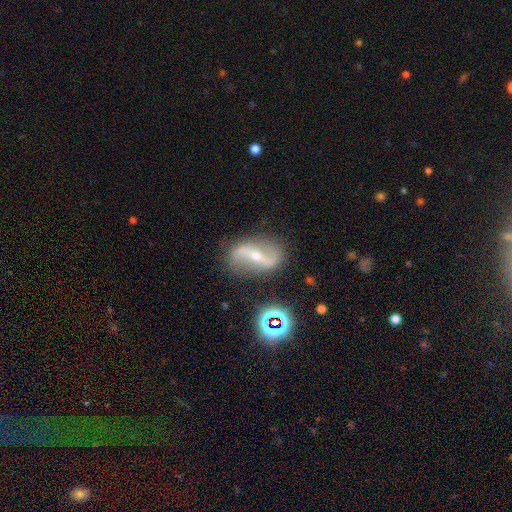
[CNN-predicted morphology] A featured or disk galaxy (83%) with a strong bar (58%), 2 (92%) loose (74%) spiral arms (89%) and a small central bulge (58%).

Vote fractions:
- Smooth or featured? featured or disk: 83% / smooth: 9% / star or artifact: 8%
- Edge-on disk? no: 94% / yes: 6%
- Bar? strong: 58% / weak: 25% / no: 17%
- Spiral arms? yes: 89% / no: 11%
- Spiral winding? loose: 74% / medium: 18% / tight: 7%
- Spiral arm count? 2: 92% / can't tell: 3% / 1: 2% / 3: 1% / 4: 1% / more than 4: 1%
- Bulge size? small: 58% / moderate: 38% / none: 2% / large: 2% / dominant: 1%
- Merging? none: 83% / minor disturbance: 12% / major disturbance: 4% / merger: 2%